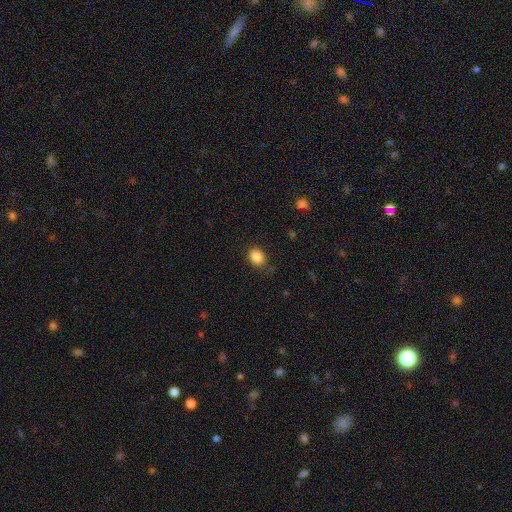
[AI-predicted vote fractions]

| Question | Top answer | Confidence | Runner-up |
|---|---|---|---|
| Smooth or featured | smooth | 86% | star or artifact (10%) |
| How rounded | round | 55% | in between (44%) |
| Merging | none | 79% | minor disturbance (16%) |